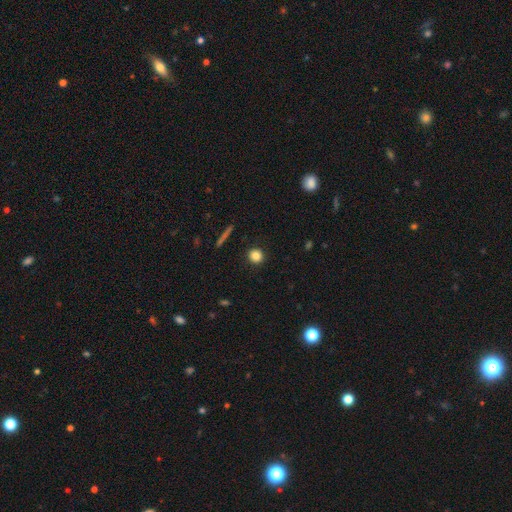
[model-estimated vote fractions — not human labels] A smooth galaxy with no disk features (83%) that is round (93%).

Vote fractions:
- Smooth or featured? smooth: 83% / star or artifact: 10% / featured or disk: 6%
- How rounded? round: 93% / in between: 6% / cigar-shaped: 1%
- Merging? none: 92% / minor disturbance: 5% / major disturbance: 2% / merger: 1%